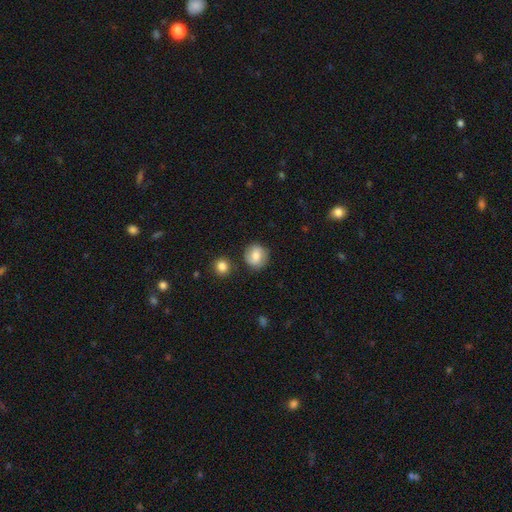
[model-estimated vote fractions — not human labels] Q: Smooth or featured?
A: smooth (73%); runner-up: featured or disk (18%)
Q: How rounded?
A: round (87%); runner-up: in between (12%)
Q: Merging?
A: none (81%); runner-up: minor disturbance (12%)